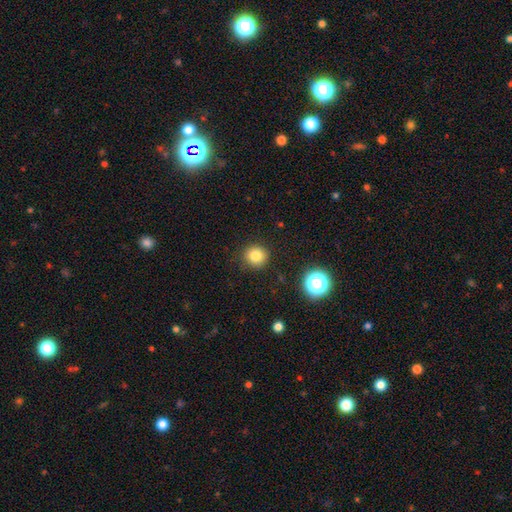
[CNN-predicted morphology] The model was most divided on "smooth or featured": smooth: 81%, star or artifact: 13%, featured or disk: 6%. More confident: how rounded — round (90%); merging — none (90%).